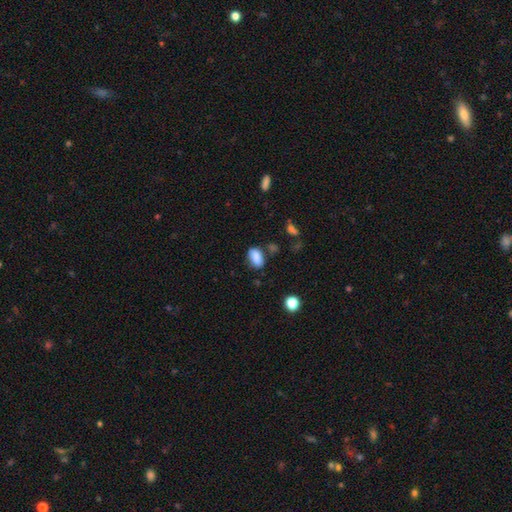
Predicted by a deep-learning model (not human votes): The model was most divided on "merging": none: 75%, minor disturbance: 17%, merger: 4%, major disturbance: 4%. More confident: how rounded — in between (90%); smooth or featured — smooth (86%).